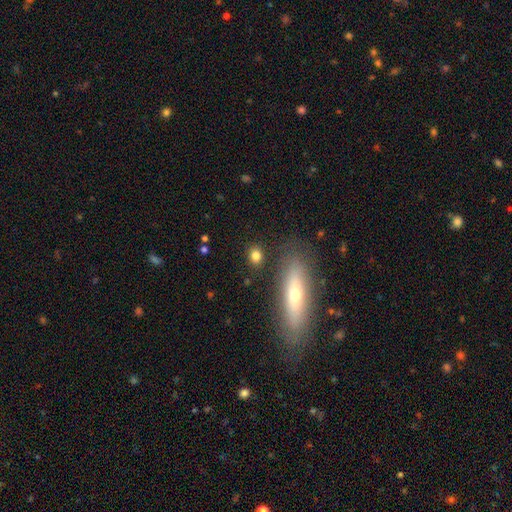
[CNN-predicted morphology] Smooth or featured?
  - smooth: 81% *
  - star or artifact: 10%
  - featured or disk: 9%
How rounded?
  - round: 52% *
  - in between: 43%
  - cigar-shaped: 5%
Merging?
  - none: 85% *
  - minor disturbance: 8%
  - merger: 4%
  - major disturbance: 3%